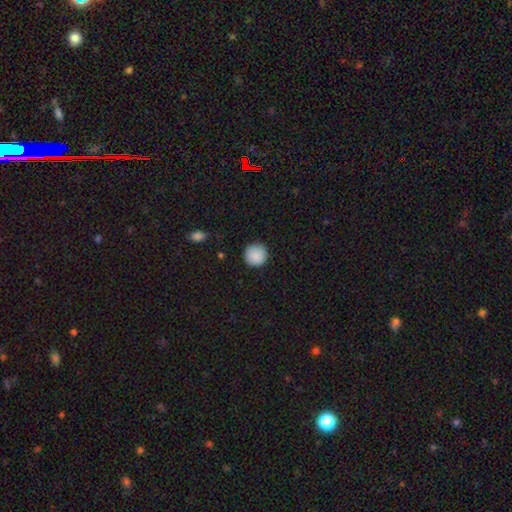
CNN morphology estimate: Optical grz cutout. It shows a smooth galaxy with no disk features (88%) that is round (95%). Merging: none (89%).